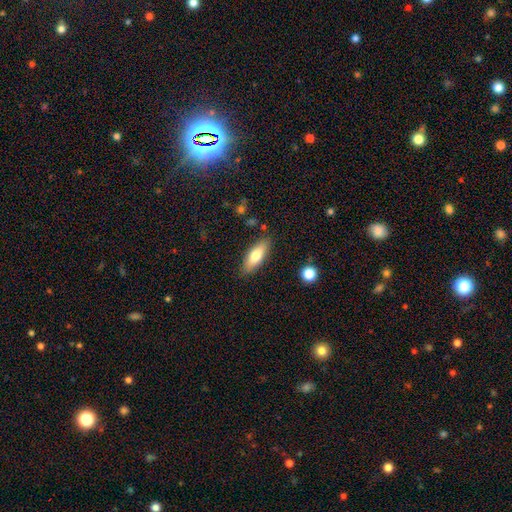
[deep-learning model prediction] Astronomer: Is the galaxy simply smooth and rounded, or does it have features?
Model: smooth — 71%.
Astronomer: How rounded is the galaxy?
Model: in between — 64%.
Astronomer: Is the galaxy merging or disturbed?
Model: none — 84%.